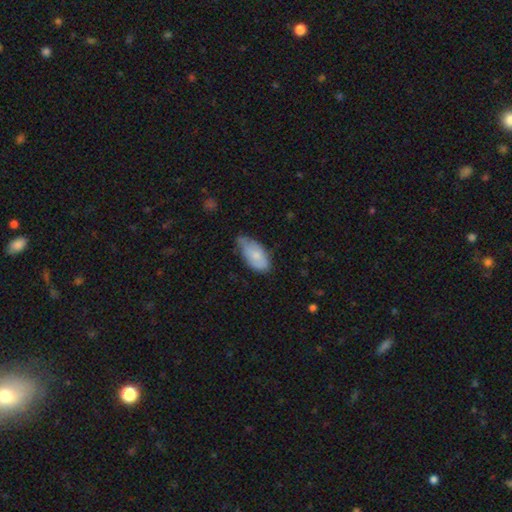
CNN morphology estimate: Smooth or featured: smooth — 72% (featured or disk — 21%)
How rounded: in between — 93% (cigar-shaped — 5%)
Merging: minor disturbance — 44% (tied with none — 44%)